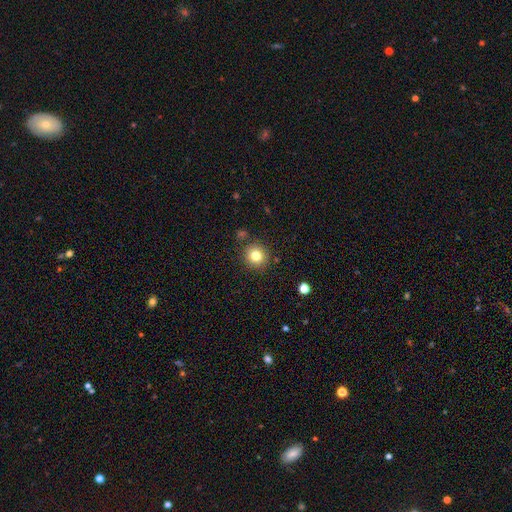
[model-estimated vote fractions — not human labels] Morphology: type=smooth (80%); roundness=round (93%); merging=none (87%).